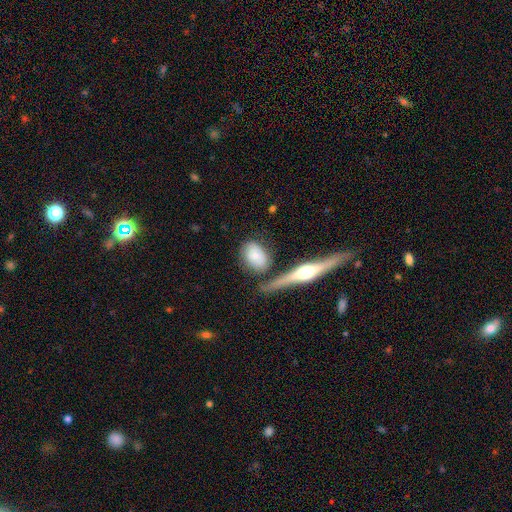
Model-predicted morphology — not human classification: The model was most divided on "smooth or featured": smooth: 67%, featured or disk: 26%, star or artifact: 7%. More confident: how rounded — in between (75%); merging — none (64%).